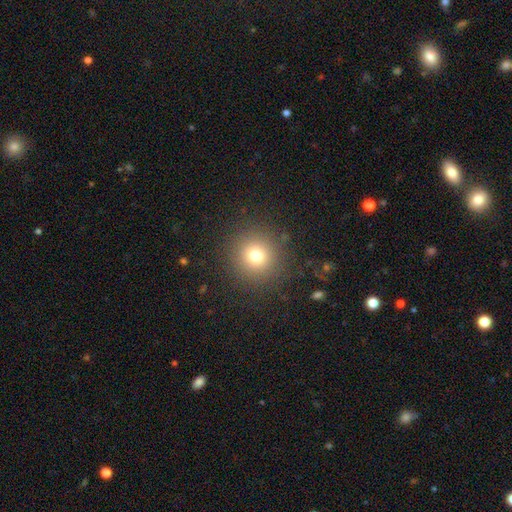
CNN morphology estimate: type=smooth (75%); roundness=round (95%); merging=none (89%).